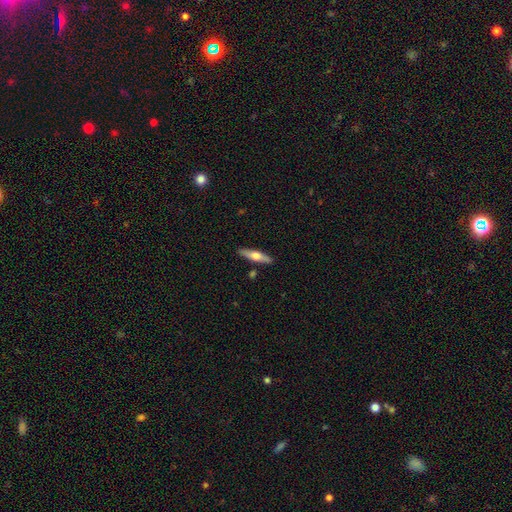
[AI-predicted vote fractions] Overall: smooth (51%; featured or disk 43%). How rounded: cigar-shaped (76%). Merging: none (87%).